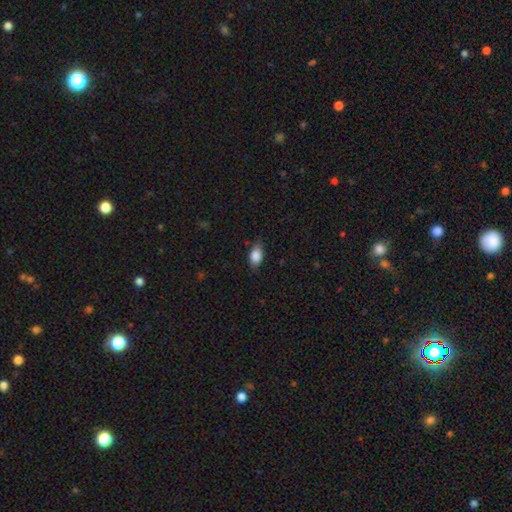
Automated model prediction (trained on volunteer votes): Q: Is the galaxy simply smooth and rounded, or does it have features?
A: smooth — 85%.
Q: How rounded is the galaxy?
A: in between — 88%.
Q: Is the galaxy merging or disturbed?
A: none — 80%.